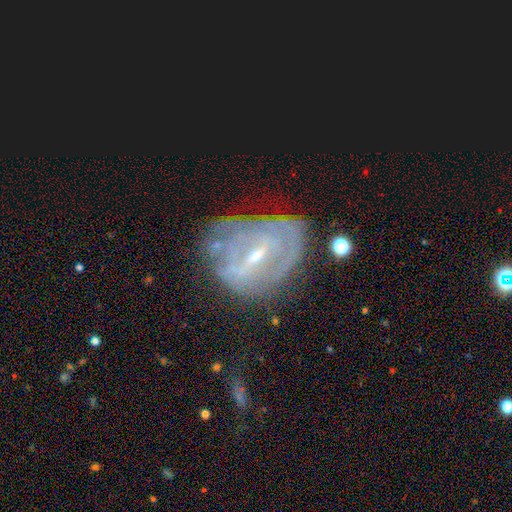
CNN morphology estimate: This appears to be a featured or disk galaxy (78%) with a strong bar (48%), tight (60%) spiral arms (71%) and a small central bulge (71%). Merging: none (48%).